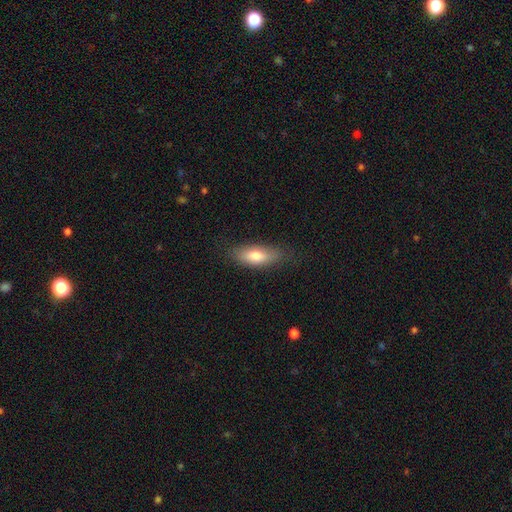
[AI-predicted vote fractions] Smooth or featured: smooth — 76% (featured or disk — 17%)
How rounded: in between — 72% (cigar-shaped — 26%)
Merging: none — 77% (minor disturbance — 17%)